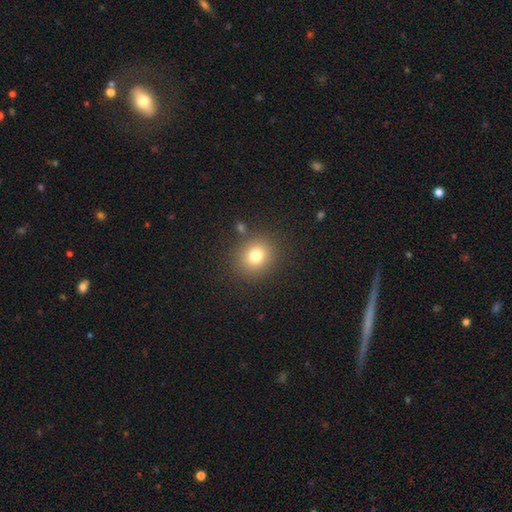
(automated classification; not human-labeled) This appears to be a smooth galaxy with no disk features (77%) that is round (78%). Merging: none (85%).